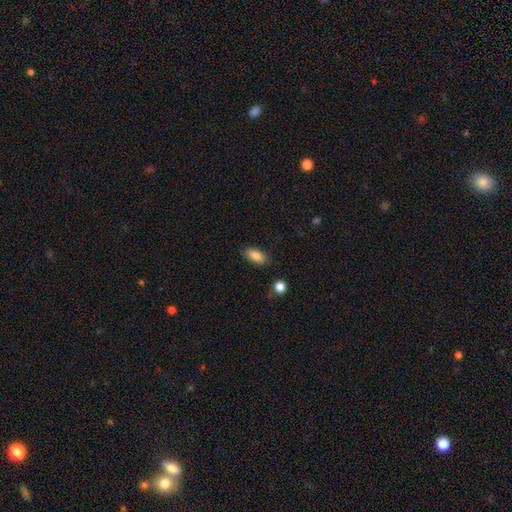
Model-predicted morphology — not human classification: Q: Smooth or featured?
A: smooth (86%); runner-up: star or artifact (7%)
Q: How rounded?
A: in between (87%); runner-up: cigar-shaped (10%)
Q: Merging?
A: none (83%); runner-up: minor disturbance (12%)